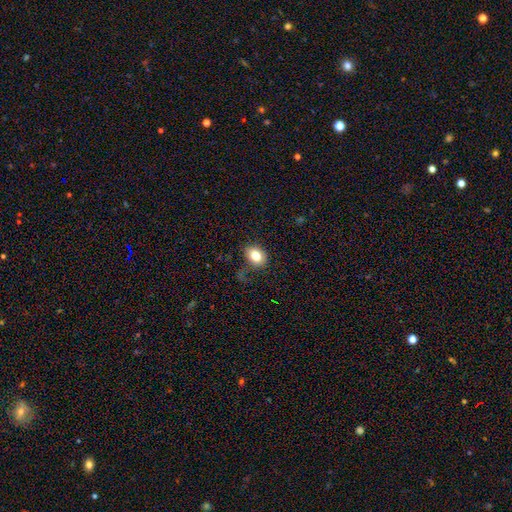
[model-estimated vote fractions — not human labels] Q: Smooth or featured?
A: smooth (80%); runner-up: featured or disk (10%)
Q: How rounded?
A: in between (60%); runner-up: round (39%)
Q: Merging?
A: none (75%); runner-up: minor disturbance (17%)